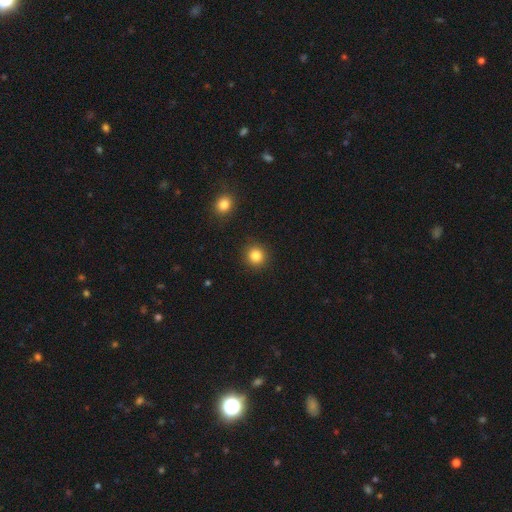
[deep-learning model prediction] Morphology: type=smooth (85%); roundness=round (91%); merging=none (91%).